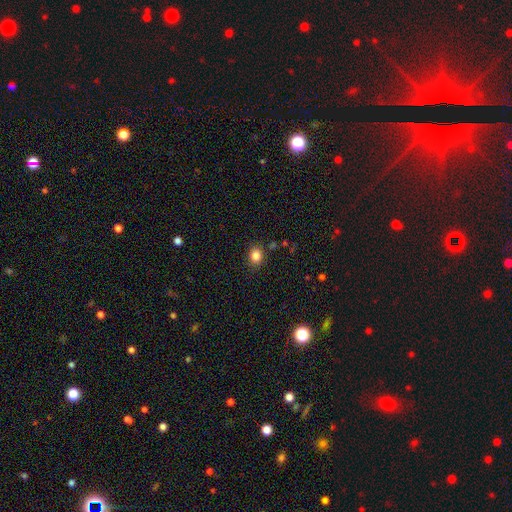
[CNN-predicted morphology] The model was most divided on "how rounded": round: 62%, in between: 37%, cigar-shaped: 1%. More confident: merging — none (85%); smooth or featured — smooth (84%).